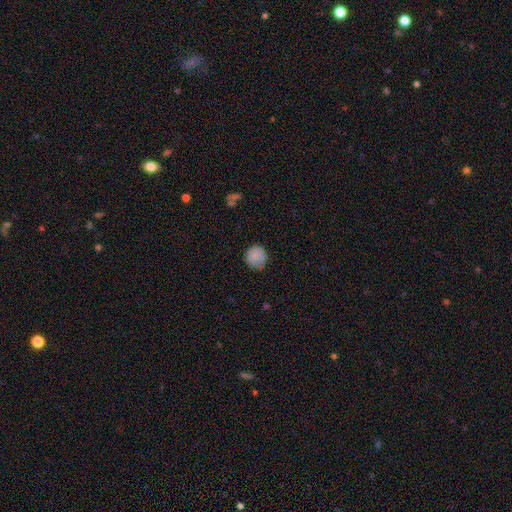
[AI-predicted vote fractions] This appears to be a smooth galaxy with no disk features (84%) that is round (82%). Merging: none (68%).